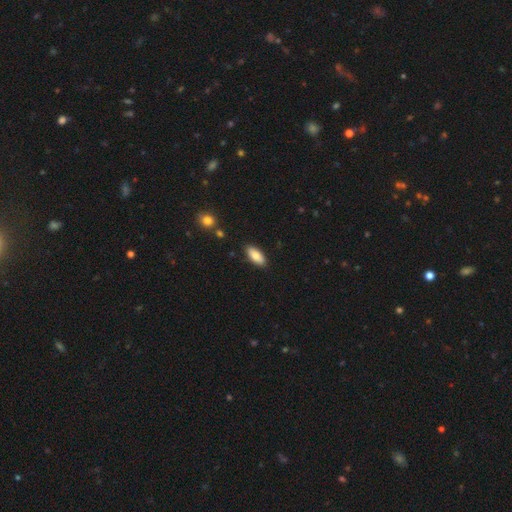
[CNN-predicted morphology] smooth-or-featured: smooth: 83% | featured or disk: 11% | star or artifact: 6%
  how-rounded: in between: 85% | cigar-shaped: 13% | round: 2%
  merging: none: 87% | minor disturbance: 9% | major disturbance: 2% | merger: 2%